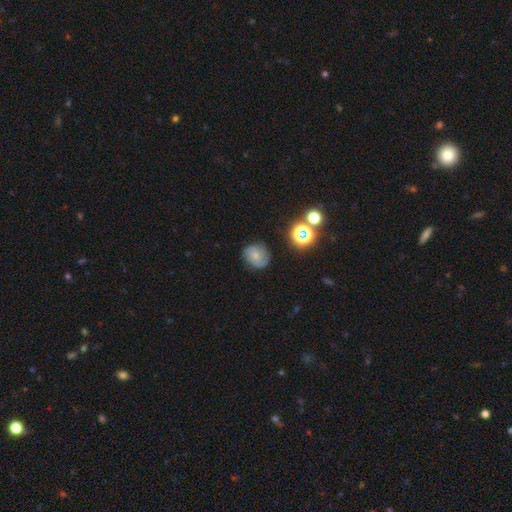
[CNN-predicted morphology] The model was most divided on "smooth or featured": smooth: 51%, featured or disk: 36%, star or artifact: 13%. More confident: how rounded — round (75%); merging — none (74%).